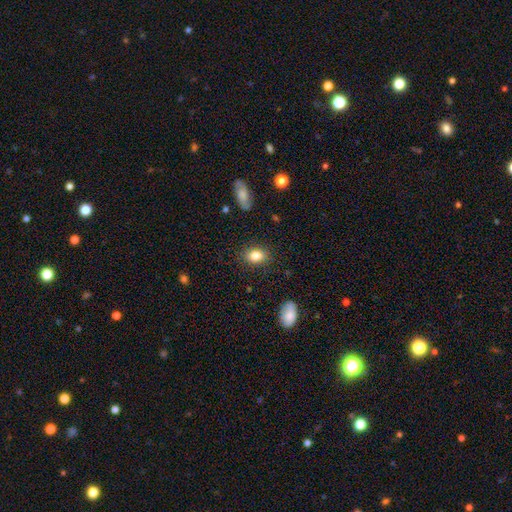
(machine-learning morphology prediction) This appears to be a smooth galaxy with no disk features (83%) that is in between round and cigar-shaped (74%). Merging: none (87%).